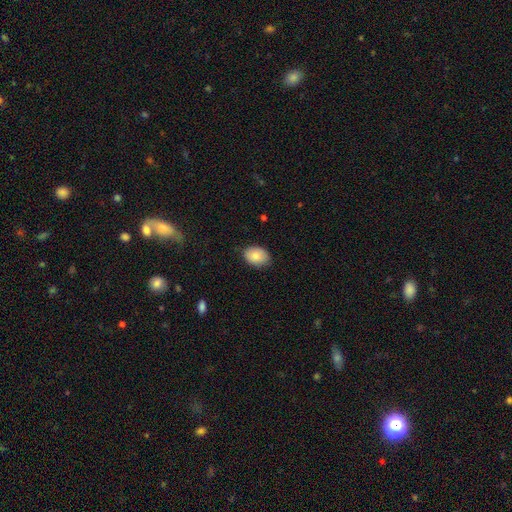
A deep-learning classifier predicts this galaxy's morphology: Smooth or featured? smooth (84%)
How rounded? in between (76%)
Merging? none (80%)